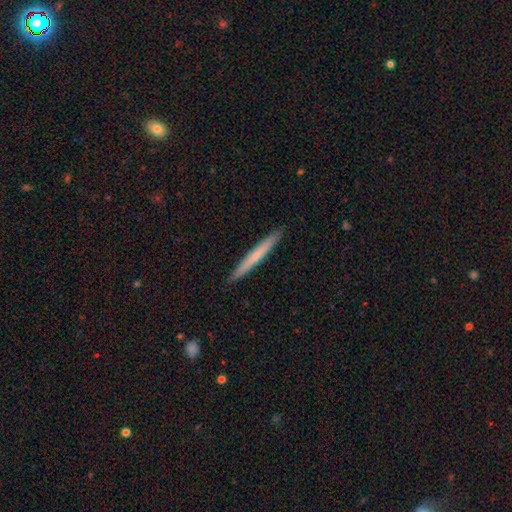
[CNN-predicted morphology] Q: Smooth or featured?
A: smooth (56%); runner-up: featured or disk (38%)
Q: How rounded?
A: cigar-shaped (97%); runner-up: in between (2%)
Q: Merging?
A: none (92%); runner-up: minor disturbance (6%)